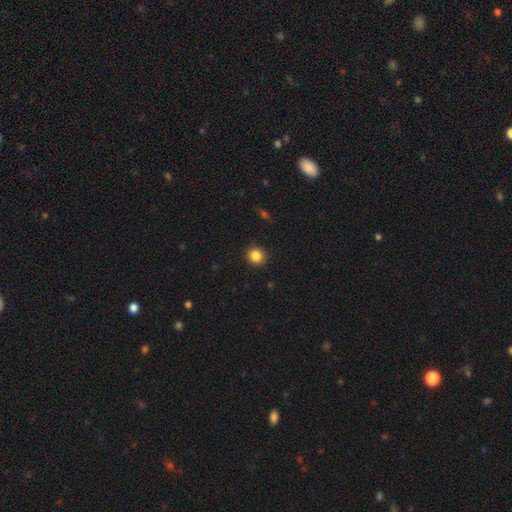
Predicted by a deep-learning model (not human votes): smooth 85%, star or artifact 11%, featured or disk 4%. Down the decision tree: how rounded — round (92%); merging — none (92%).